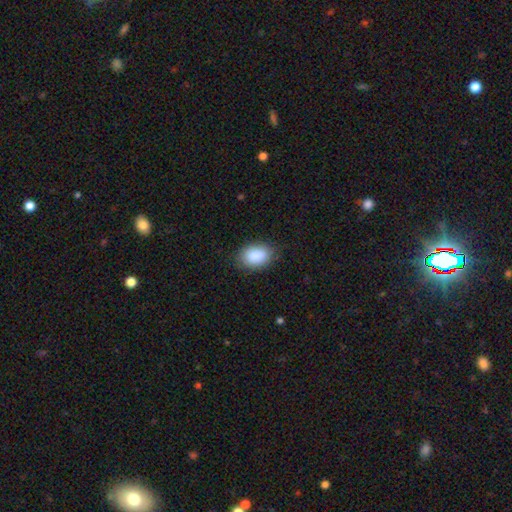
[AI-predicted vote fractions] The model was most divided on "merging": none: 82%, minor disturbance: 13%, major disturbance: 3%, merger: 1%. More confident: smooth or featured — smooth (89%); how rounded — in between (87%).